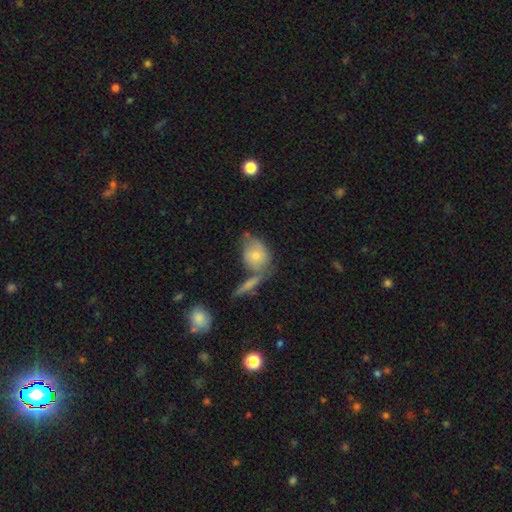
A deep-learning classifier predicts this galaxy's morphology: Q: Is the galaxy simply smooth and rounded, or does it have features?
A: smooth — 64%.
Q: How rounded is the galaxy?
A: in between — 53%.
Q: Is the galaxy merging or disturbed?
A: none — 43%.